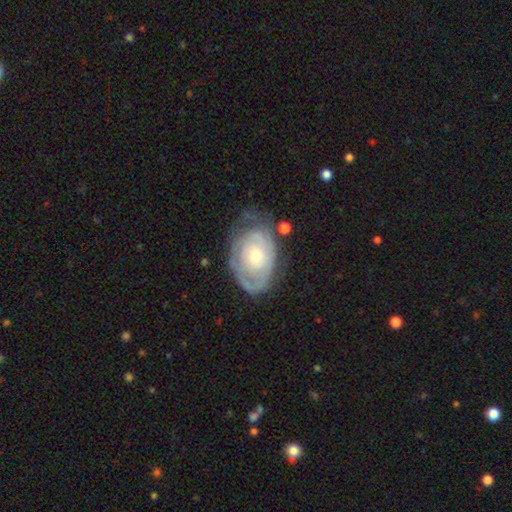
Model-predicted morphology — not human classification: A featured or disk galaxy (69%) with no bar (83%), spiral arms (71%) and a moderate central bulge (46%). Merging: none (57%).